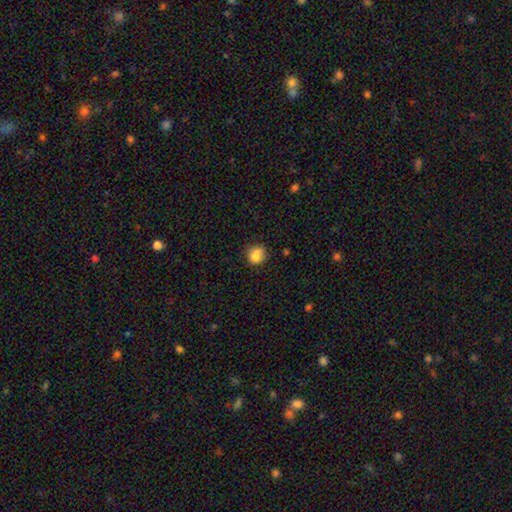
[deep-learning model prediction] Smooth or featured?
  - smooth: 79% *
  - star or artifact: 10%
  - featured or disk: 10%
How rounded?
  - round: 74% *
  - in between: 25%
  - cigar-shaped: 1%
Merging?
  - none: 54% *
  - minor disturbance: 23%
  - merger: 15%
  - major disturbance: 7%